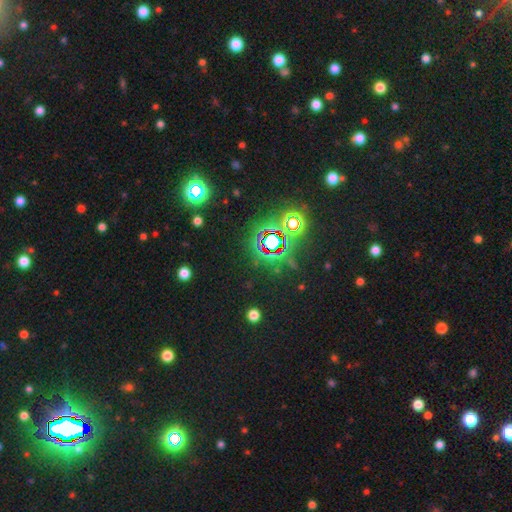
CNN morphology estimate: Smooth or featured?
  - star or artifact: 81% *
  - smooth: 12%
  - featured or disk: 8%